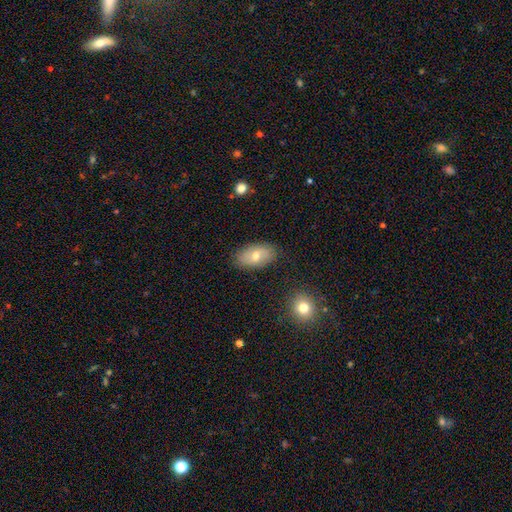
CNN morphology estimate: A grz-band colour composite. It shows a smooth galaxy with no disk features (66%) that is in between round and cigar-shaped (93%). Merging: none (84%).